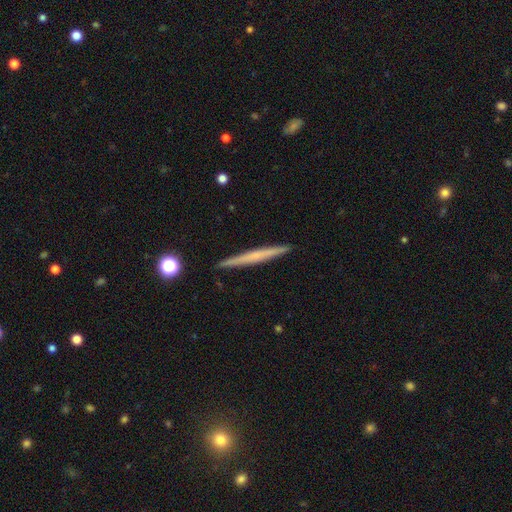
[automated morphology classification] Smooth or featured: featured or disk — 49% (smooth — 44%)
Merging: none — 92% (minor disturbance — 6%)